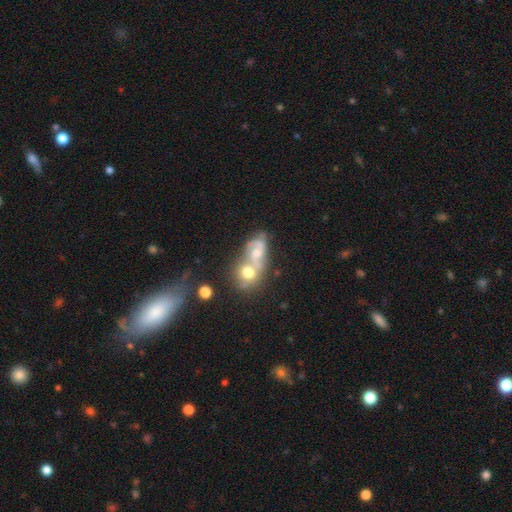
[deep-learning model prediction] A featured or disk galaxy (46%). Merging: merger (70%).